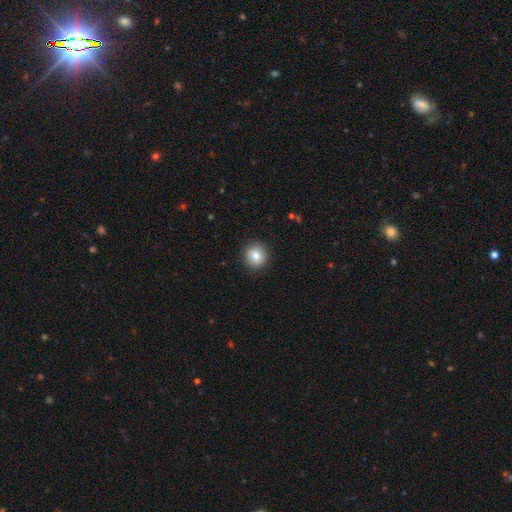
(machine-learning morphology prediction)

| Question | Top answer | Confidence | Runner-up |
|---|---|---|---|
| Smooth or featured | smooth | 82% | star or artifact (9%) |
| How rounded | round | 90% | in between (9%) |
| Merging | none | 91% | minor disturbance (6%) |